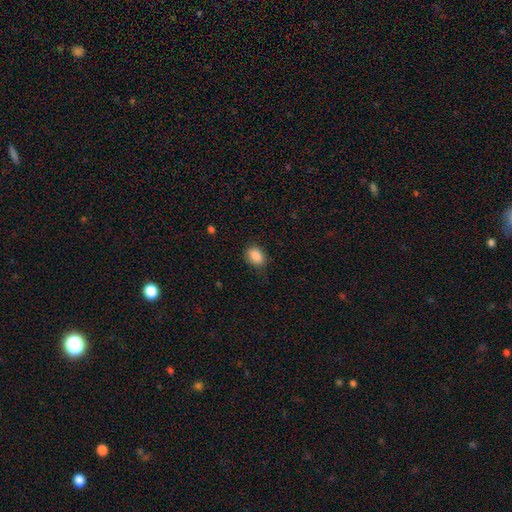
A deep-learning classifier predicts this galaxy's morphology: This is clearly a smooth galaxy (88%). How rounded: likely in between (72%). Merging: likely none (77%).